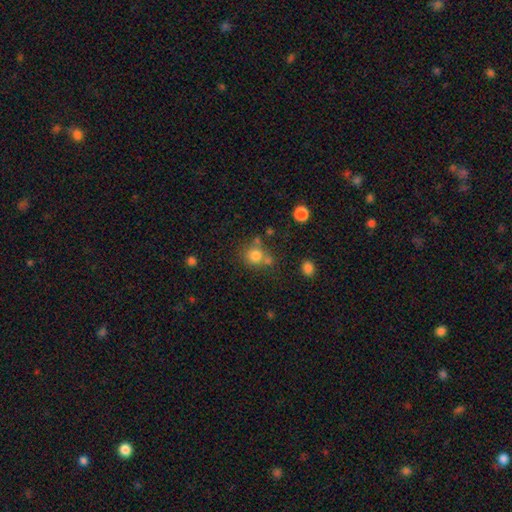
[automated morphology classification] Smooth or featured? Predicted: smooth (p=0.78). How rounded? Predicted: round (p=0.88). Merging? Predicted: none (p=0.60).